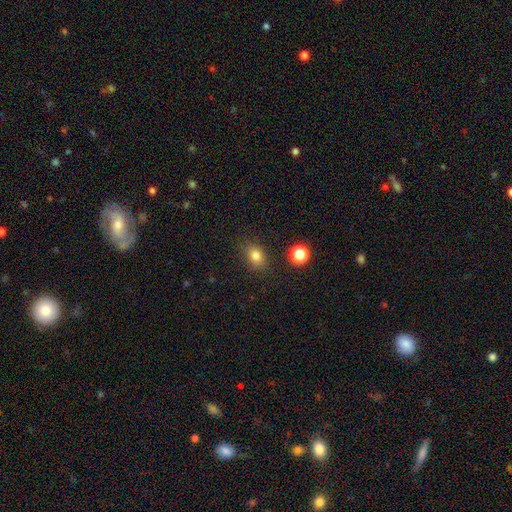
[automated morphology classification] type=smooth (82%); roundness=in between (61%); merging=none (81%).